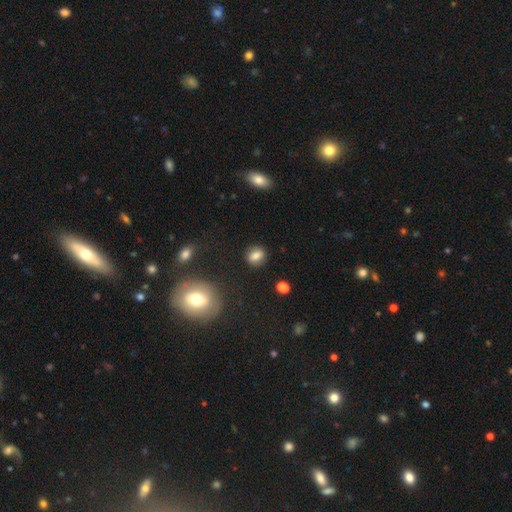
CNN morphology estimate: A smooth galaxy with no disk features (77%) that is round (59%). Merging: none (86%).